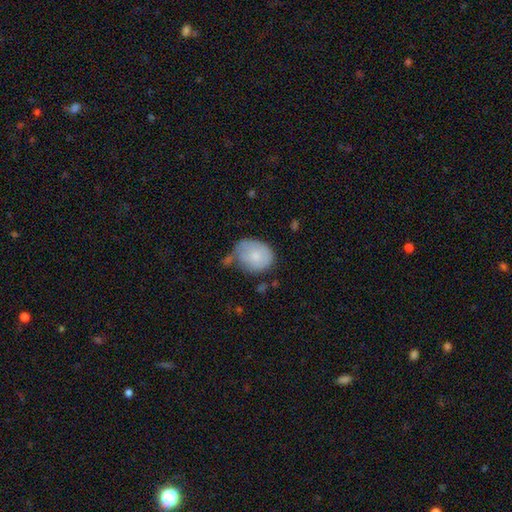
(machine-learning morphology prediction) The model was most divided on "merging": none: 44%, minor disturbance: 35%, major disturbance: 12%, merger: 9%. More confident: smooth or featured — smooth (76%); how rounded — round (55%).